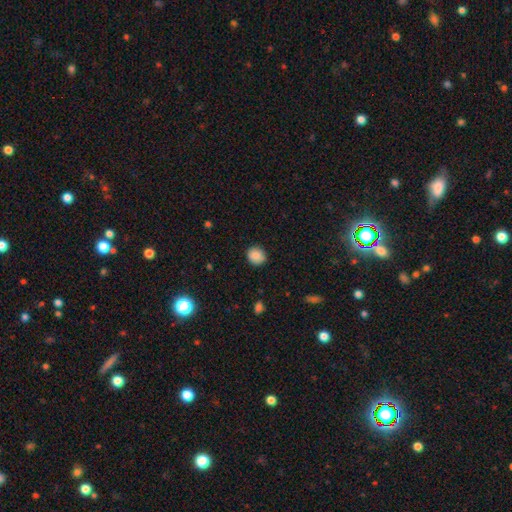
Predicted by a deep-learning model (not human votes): Smooth or featured? smooth (87%)
How rounded? round (81%)
Merging? none (88%)